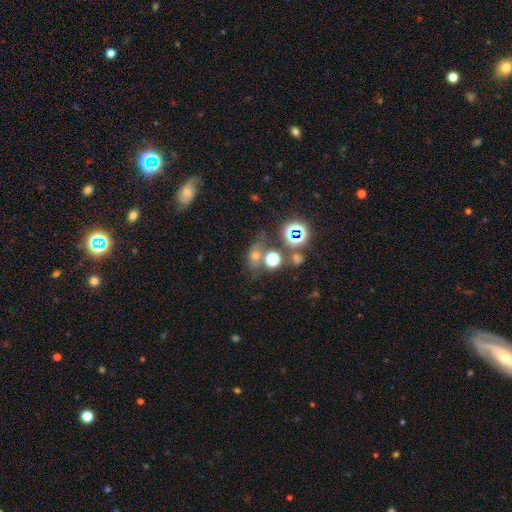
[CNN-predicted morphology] The model was most divided on "smooth or featured": star or artifact: 44%, smooth: 40%, featured or disk: 16%.